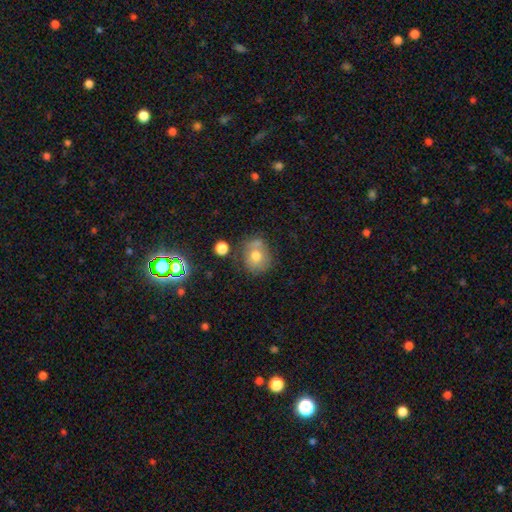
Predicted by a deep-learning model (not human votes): The model was most divided on "merging": none: 61%, minor disturbance: 19%, merger: 14%, major disturbance: 6%. More confident: how rounded — round (73%); smooth or featured — smooth (69%).